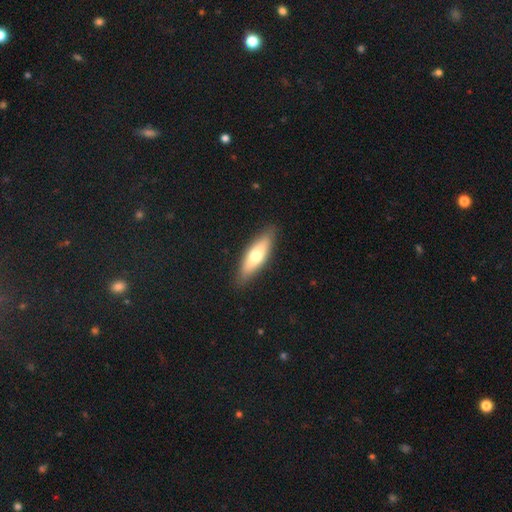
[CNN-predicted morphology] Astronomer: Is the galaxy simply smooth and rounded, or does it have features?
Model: smooth — 61%.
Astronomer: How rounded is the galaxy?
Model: cigar-shaped — 51% (runner-up: in between, 47%).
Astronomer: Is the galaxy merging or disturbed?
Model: none — 87%.